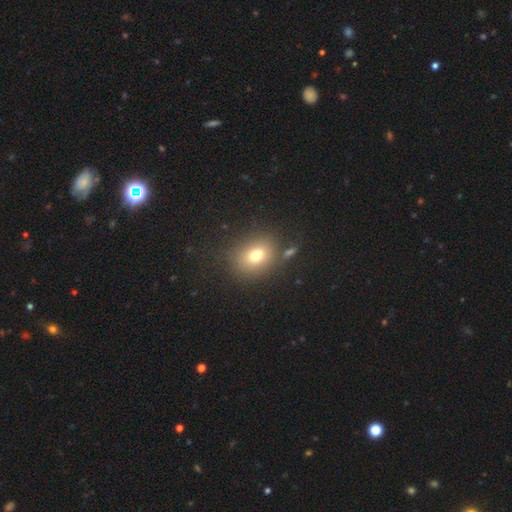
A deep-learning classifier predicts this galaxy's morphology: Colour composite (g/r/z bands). It shows a smooth galaxy with no disk features (74%) that is round (49%, tied with in between). Merging: none (74%).